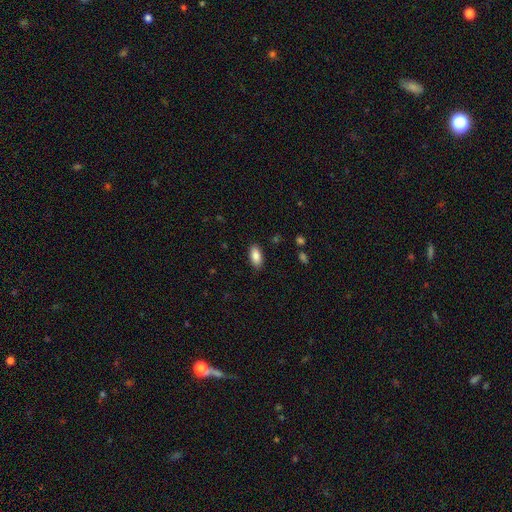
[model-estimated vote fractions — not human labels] This appears to be a smooth galaxy with no disk features (86%) that is in between round and cigar-shaped (89%). Merging: none (87%).